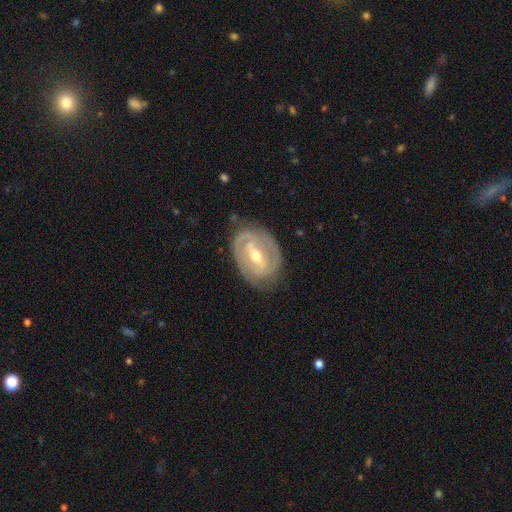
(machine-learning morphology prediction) smooth_or_featured: featured or disk (p=0.85) [alt: smooth p=0.11]
disk_edge_on: no (p=0.96) [alt: yes p=0.04]
bar: strong (p=0.42) [alt: weak p=0.41]
has_spiral_arms: yes (p=0.86) [alt: no p=0.14]
spiral_winding: tight (p=0.64) [alt: medium p=0.28]
spiral_arm_count: 2 (p=0.69) [alt: can't tell p=0.15]
bulge_size: moderate (p=0.69) [alt: small p=0.27]
merging: none (p=0.76) [alt: minor disturbance p=0.18]